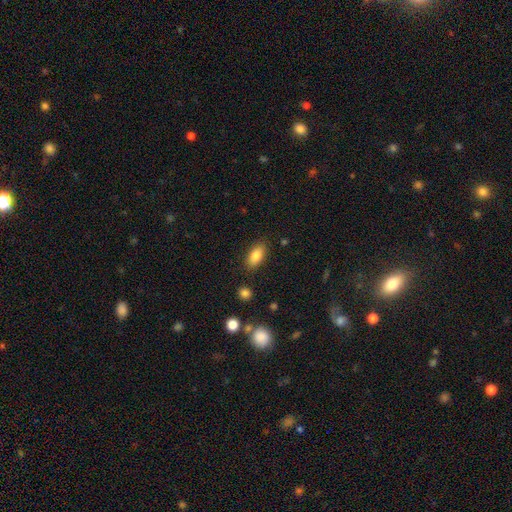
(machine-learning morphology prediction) A smooth galaxy with no disk features (84%) that is in between round and cigar-shaped (88%). Merging: none (85%).